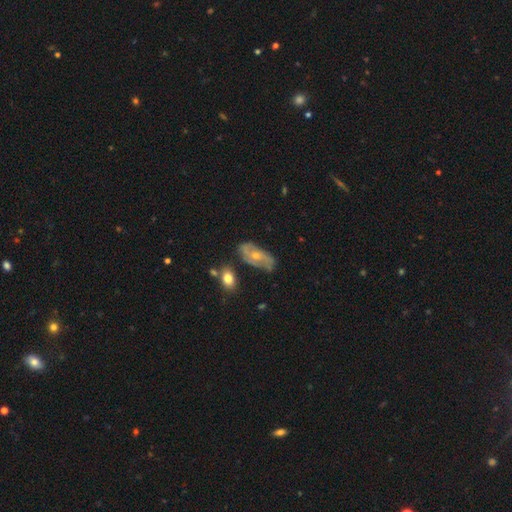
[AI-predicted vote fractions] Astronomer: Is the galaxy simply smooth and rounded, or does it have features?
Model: featured or disk — 64%.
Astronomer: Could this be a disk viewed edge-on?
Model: no — 92%.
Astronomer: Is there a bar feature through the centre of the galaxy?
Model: no — 73%.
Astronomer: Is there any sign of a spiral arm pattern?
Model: yes — 79%.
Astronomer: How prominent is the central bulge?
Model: small — 55% (runner-up: moderate, 40%).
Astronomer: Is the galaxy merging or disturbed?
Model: none — 59%.